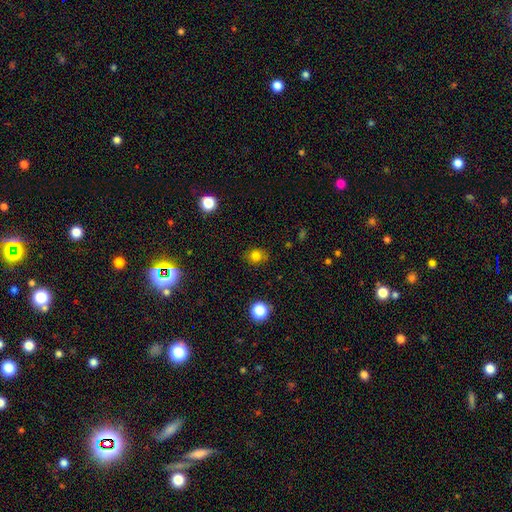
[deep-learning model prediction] Smooth or featured?
  - smooth: 79% *
  - star or artifact: 14%
  - featured or disk: 7%
How rounded?
  - round: 72% *
  - in between: 27%
  - cigar-shaped: 1%
Merging?
  - none: 82% *
  - minor disturbance: 13%
  - major disturbance: 3%
  - merger: 2%